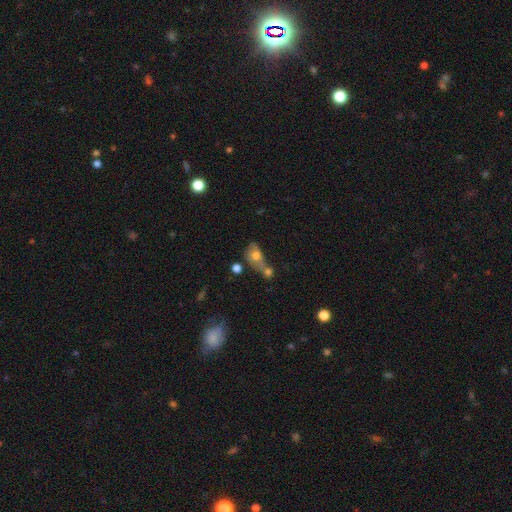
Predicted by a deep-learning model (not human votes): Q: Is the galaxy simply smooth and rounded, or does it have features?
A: smooth — 63%.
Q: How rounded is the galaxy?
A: in between — 73%.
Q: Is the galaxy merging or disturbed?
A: merger — 50%.